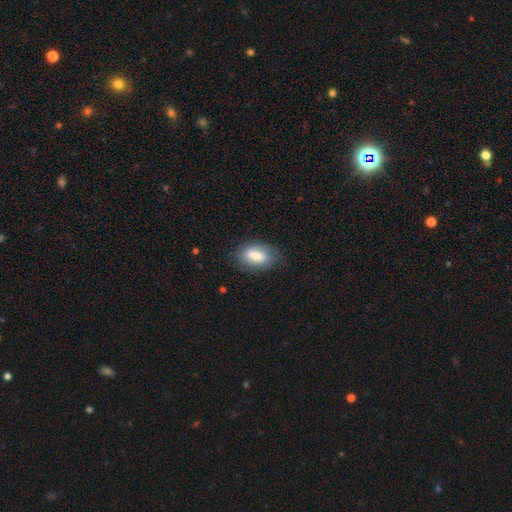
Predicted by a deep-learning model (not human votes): The model was most divided on "smooth or featured": smooth: 73%, featured or disk: 20%, star or artifact: 7%. More confident: how rounded — in between (90%); merging — none (74%).